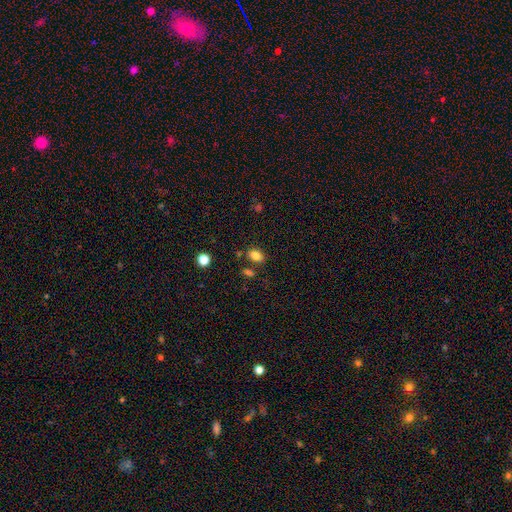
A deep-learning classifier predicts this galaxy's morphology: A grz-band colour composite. It shows a smooth galaxy with no disk features (83%) that is in between round and cigar-shaped (79%). Merging: none (78%).